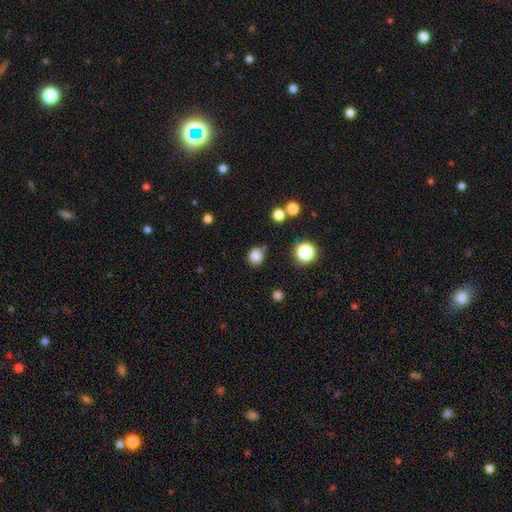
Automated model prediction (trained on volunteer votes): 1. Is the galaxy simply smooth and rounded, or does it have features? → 82% smooth, 14% star or artifact, 4% featured or disk.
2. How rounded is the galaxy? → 81% round, 18% in between, 1% cigar-shaped.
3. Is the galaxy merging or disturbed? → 77% none, 14% minor disturbance, 6% merger, 4% major disturbance.